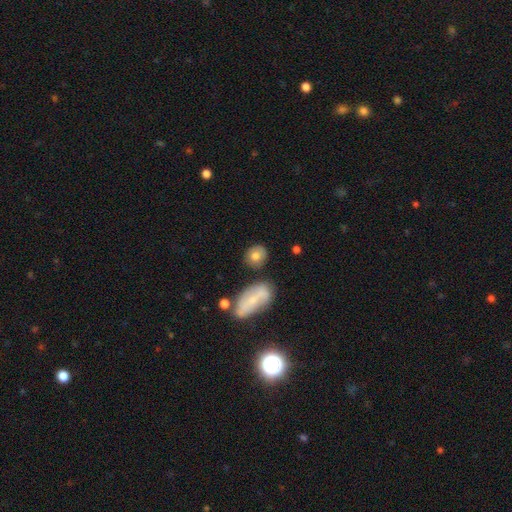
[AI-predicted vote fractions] Smooth or featured? Predicted: smooth (p=0.75). How rounded? Predicted: round (p=0.73). Merging? Predicted: none (p=0.75).